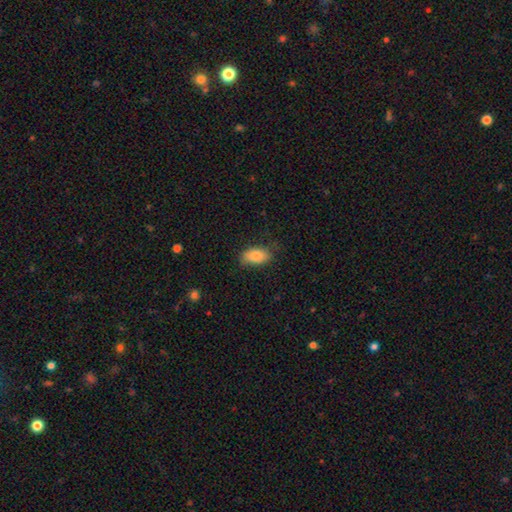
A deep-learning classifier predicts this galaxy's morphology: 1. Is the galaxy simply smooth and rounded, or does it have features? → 84% smooth, 9% featured or disk, 7% star or artifact.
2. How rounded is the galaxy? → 92% in between, 5% round, 3% cigar-shaped.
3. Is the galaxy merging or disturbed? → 73% none, 20% minor disturbance, 5% major disturbance, 1% merger.